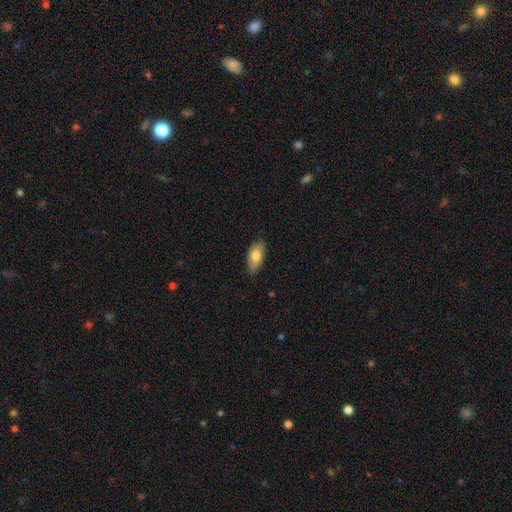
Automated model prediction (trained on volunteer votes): Smooth or featured: smooth — 76% (featured or disk — 18%)
How rounded: in between — 91% (cigar-shaped — 7%)
Merging: none — 79% (minor disturbance — 18%)